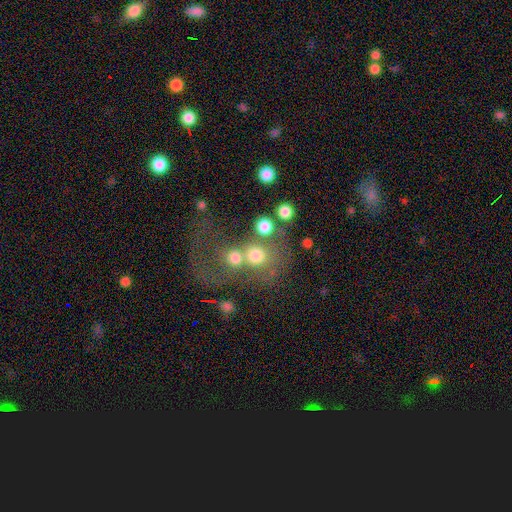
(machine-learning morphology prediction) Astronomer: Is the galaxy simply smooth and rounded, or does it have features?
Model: smooth — 69%.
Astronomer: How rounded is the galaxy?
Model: round — 80%.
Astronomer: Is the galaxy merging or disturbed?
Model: merger — 45% (runner-up: none, 36%).